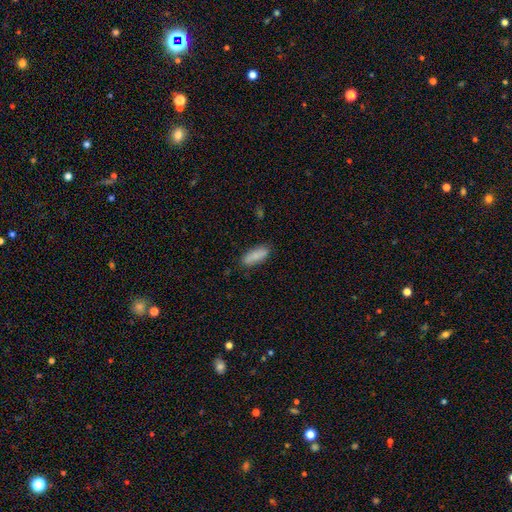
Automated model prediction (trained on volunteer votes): A smooth galaxy with no disk features (84%) that is in between round and cigar-shaped (71%). Merging: none (84%).